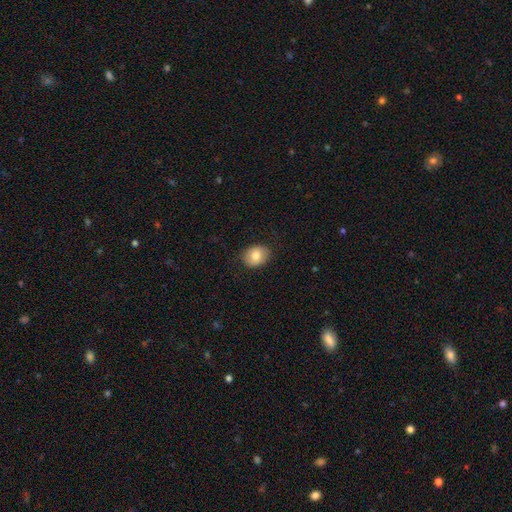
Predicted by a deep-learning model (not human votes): This appears to be a smooth galaxy with no disk features (81%) that is in between round and cigar-shaped (55%). Merging: none (85%).